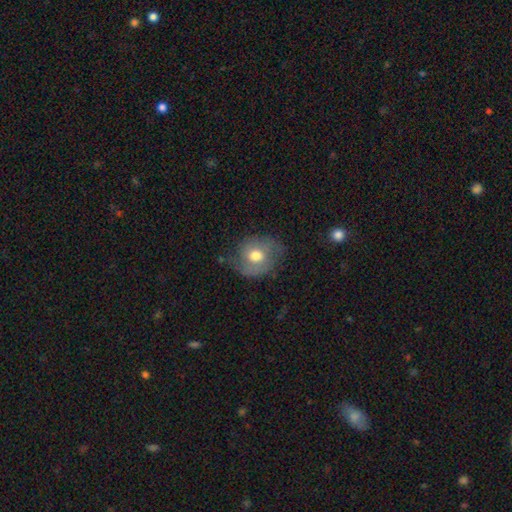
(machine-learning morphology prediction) smooth-or-featured: smooth: 48% | featured or disk: 44% | star or artifact: 8%
  merging: none: 60% | minor disturbance: 26% | major disturbance: 12% | merger: 2%